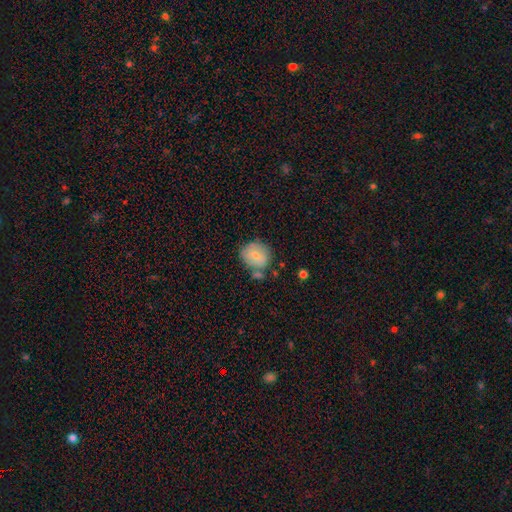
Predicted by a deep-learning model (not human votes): smooth-or-featured: smooth: 75% | featured or disk: 18% | star or artifact: 7%
  how-rounded: round: 73% | in between: 26% | cigar-shaped: 1%
  merging: none: 59% | minor disturbance: 19% | merger: 16% | major disturbance: 5%